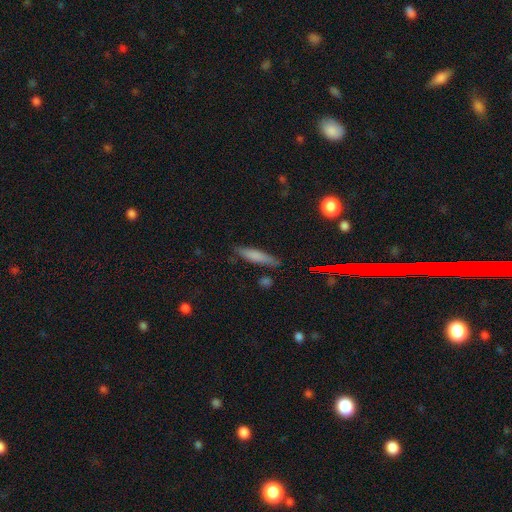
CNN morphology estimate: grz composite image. It shows a smooth galaxy with no disk features (72%) that is cigar-shaped (79%). Merging: none (79%).